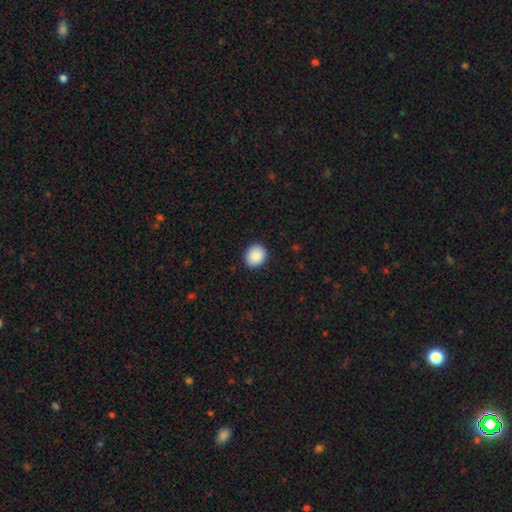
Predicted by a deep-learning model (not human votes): Smooth or featured: smooth — 90% (star or artifact — 7%)
How rounded: round — 72% (in between — 27%)
Merging: none — 91% (minor disturbance — 7%)